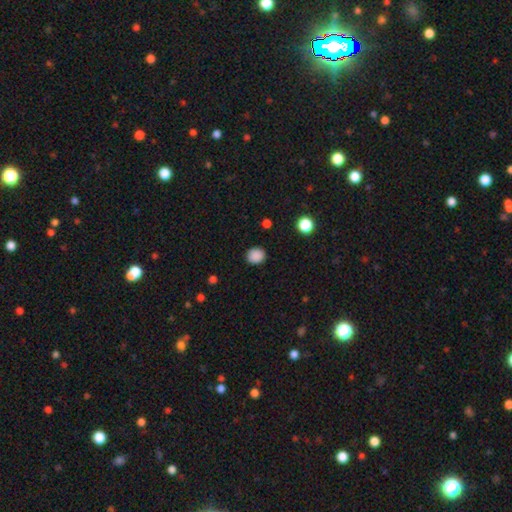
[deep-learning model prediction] Morphology: type=smooth (88%); roundness=round (76%); merging=none (89%).